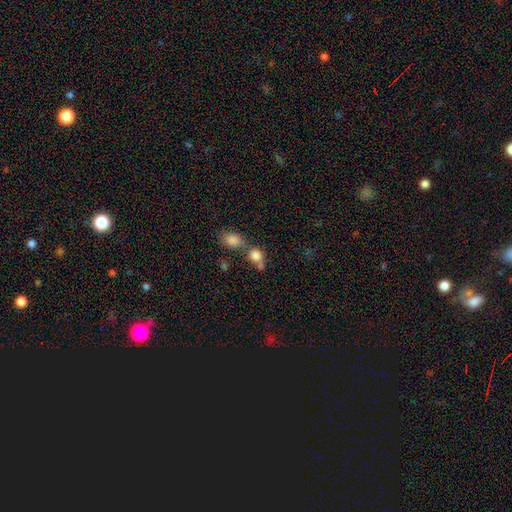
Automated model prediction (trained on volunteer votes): smooth_or_featured: smooth (p=0.81) [alt: star or artifact p=0.11]
how_rounded: round (p=0.72) [alt: in between p=0.27]
merging: merger (p=0.45) [alt: none p=0.41]